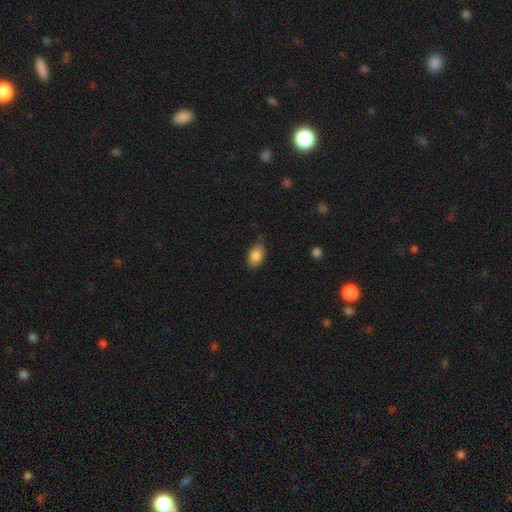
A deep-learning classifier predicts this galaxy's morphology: smooth-or-featured: smooth: 84% | featured or disk: 8% | star or artifact: 8%
  how-rounded: in between: 86% | round: 13% | cigar-shaped: 1%
  merging: none: 82% | minor disturbance: 14% | major disturbance: 2% | merger: 1%